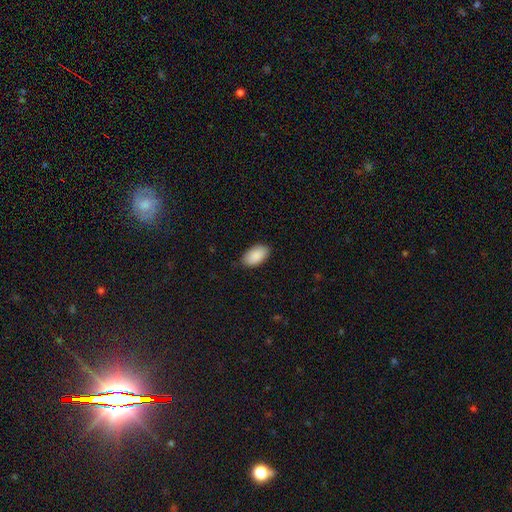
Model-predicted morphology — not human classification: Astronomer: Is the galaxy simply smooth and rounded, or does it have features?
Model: smooth — 90%.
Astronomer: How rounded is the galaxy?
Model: in between — 95%.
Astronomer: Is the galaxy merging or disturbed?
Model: none — 85%.